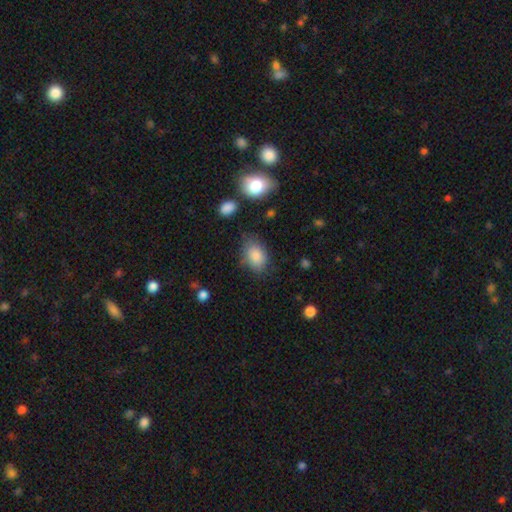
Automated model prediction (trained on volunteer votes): This is clearly a smooth galaxy (84%). How rounded: clearly in between (84%). Merging: likely none (71%).